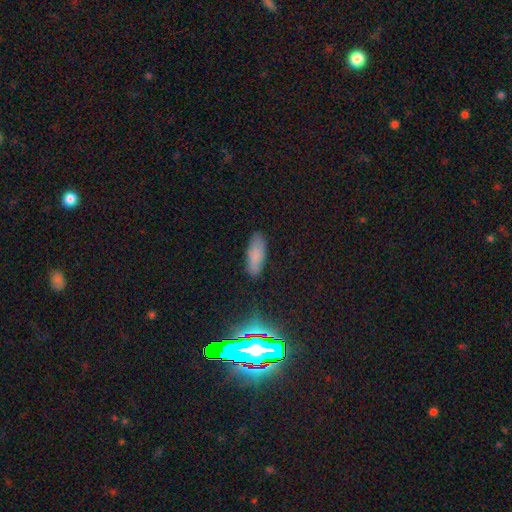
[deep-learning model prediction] smooth_or_featured: smooth (p=0.80) [alt: star or artifact p=0.13]
how_rounded: in between (p=0.69) [alt: cigar-shaped p=0.28]
merging: none (p=0.86) [alt: minor disturbance p=0.10]